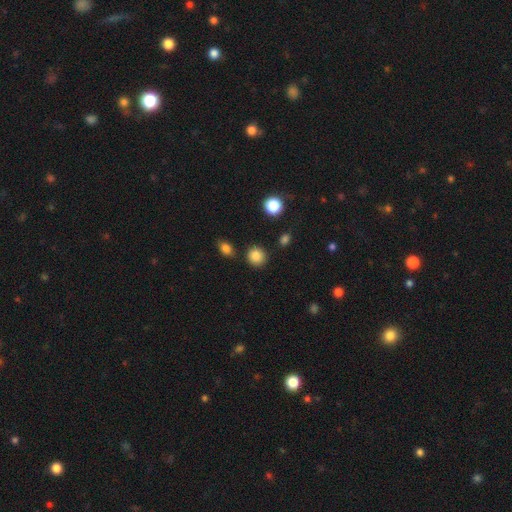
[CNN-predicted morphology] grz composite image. It shows a smooth galaxy with no disk features (85%) that is round (87%). Merging: none (86%).